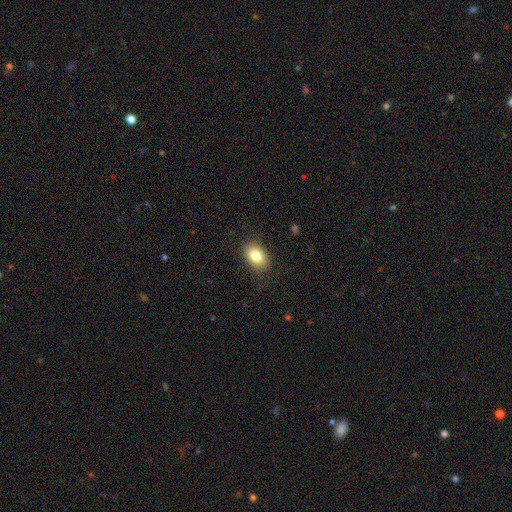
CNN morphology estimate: Q: Smooth or featured?
A: smooth (81%); runner-up: featured or disk (10%)
Q: How rounded?
A: in between (79%); runner-up: round (20%)
Q: Merging?
A: none (84%); runner-up: minor disturbance (12%)